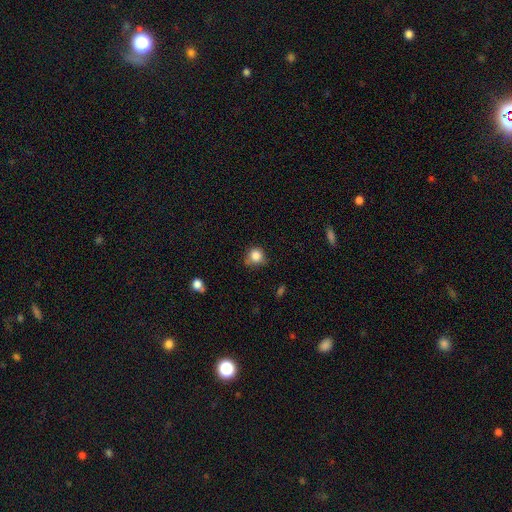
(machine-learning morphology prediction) Smooth or featured? smooth (85%)
How rounded? round (87%)
Merging? none (64%)